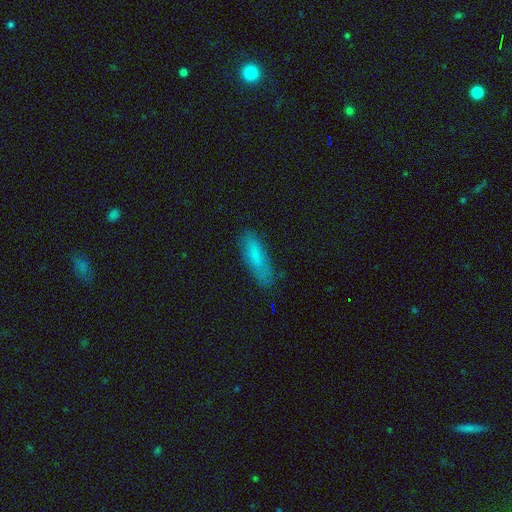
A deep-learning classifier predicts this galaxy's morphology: smooth 79%, featured or disk 13%, star or artifact 8%. Down the decision tree: how rounded — cigar-shaped (58%); merging — none (78%).